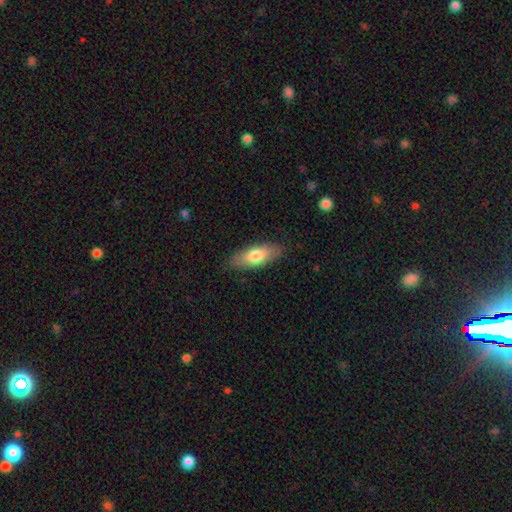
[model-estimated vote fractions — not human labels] A smooth galaxy with no disk features (74%) that is in between round and cigar-shaped (76%). Merging: none (85%).